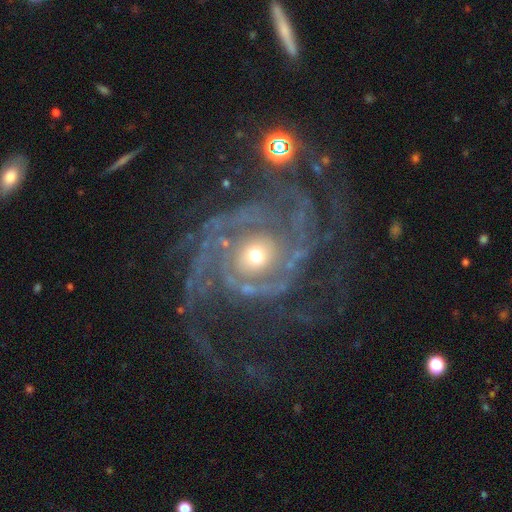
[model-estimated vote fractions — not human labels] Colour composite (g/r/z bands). It shows a featured or disk galaxy (84%) with no bar (79%), 2 (28%, tied with can't tell) tight (61%) spiral arms (86%) and a moderate central bulge (50%). Merging: none (62%).